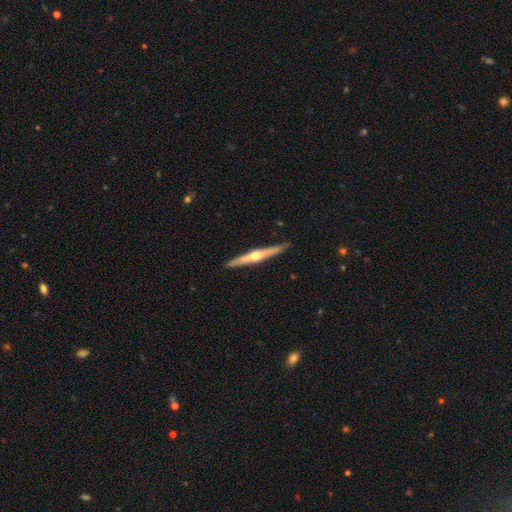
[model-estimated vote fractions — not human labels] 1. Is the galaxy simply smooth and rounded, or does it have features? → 76% featured or disk, 19% smooth, 5% star or artifact.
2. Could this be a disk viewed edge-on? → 98% yes, 2% no.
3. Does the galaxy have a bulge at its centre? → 93% rounded, 4% none, 3% boxy.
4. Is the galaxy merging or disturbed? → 91% none, 6% minor disturbance, 1% major disturbance, 1% merger.